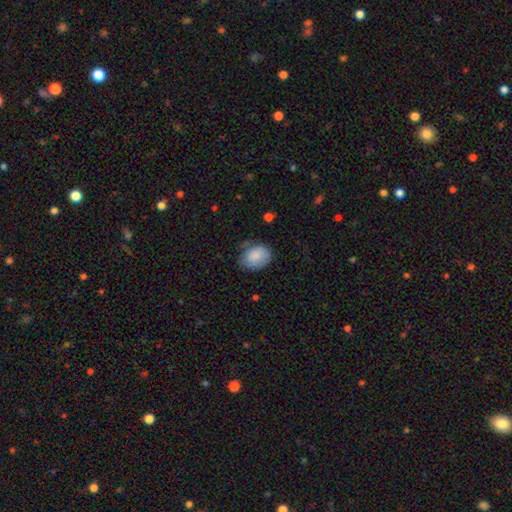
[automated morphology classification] type=smooth (85%); roundness=in between (66%); merging=none (63%).